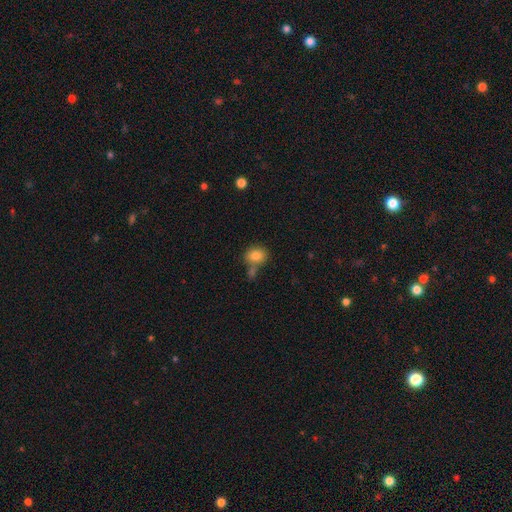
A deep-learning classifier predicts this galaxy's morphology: This appears to be a smooth galaxy with no disk features (82%) that is round (53%). Merging: none (58%).